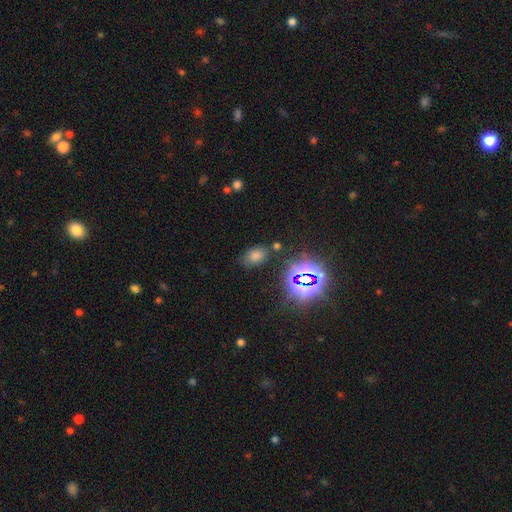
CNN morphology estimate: smooth-or-featured: smooth: 53% | star or artifact: 39% | featured or disk: 9%
  how-rounded: in between: 82% | round: 16% | cigar-shaped: 2%
  merging: none: 78% | minor disturbance: 14% | major disturbance: 5% | merger: 4%